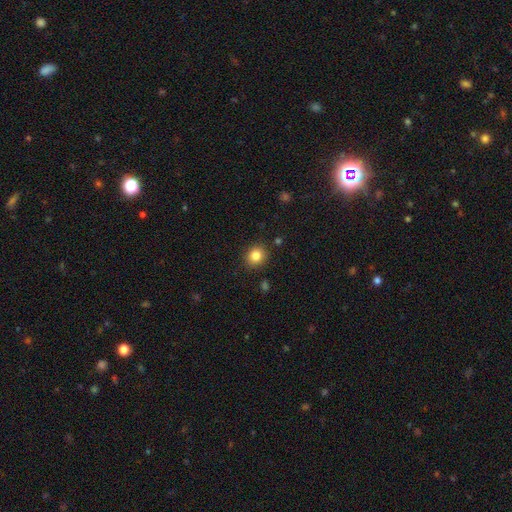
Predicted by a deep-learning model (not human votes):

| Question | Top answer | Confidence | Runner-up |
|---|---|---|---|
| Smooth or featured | smooth | 83% | star or artifact (11%) |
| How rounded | round | 83% | in between (16%) |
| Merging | none | 88% | minor disturbance (8%) |